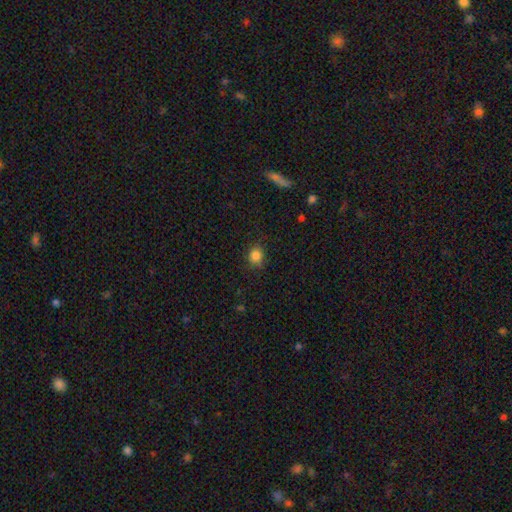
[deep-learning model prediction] Smooth or featured?
  - smooth: 84% *
  - star or artifact: 11%
  - featured or disk: 5%
How rounded?
  - round: 77% *
  - in between: 22%
  - cigar-shaped: 1%
Merging?
  - none: 80% *
  - minor disturbance: 15%
  - major disturbance: 4%
  - merger: 1%